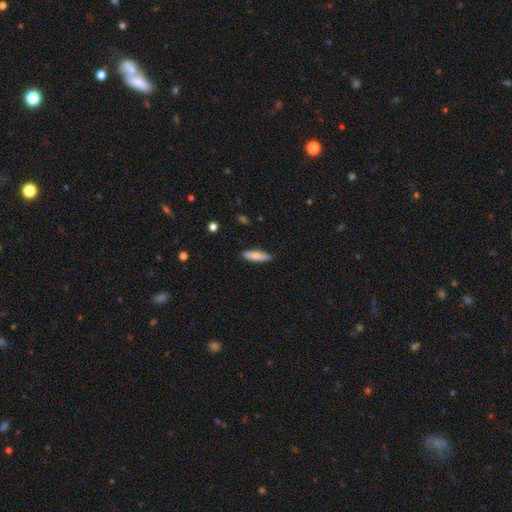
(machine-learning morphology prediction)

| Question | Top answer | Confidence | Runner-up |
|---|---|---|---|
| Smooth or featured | smooth | 76% | featured or disk (18%) |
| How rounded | cigar-shaped | 65% | in between (34%) |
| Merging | none | 88% | minor disturbance (9%) |